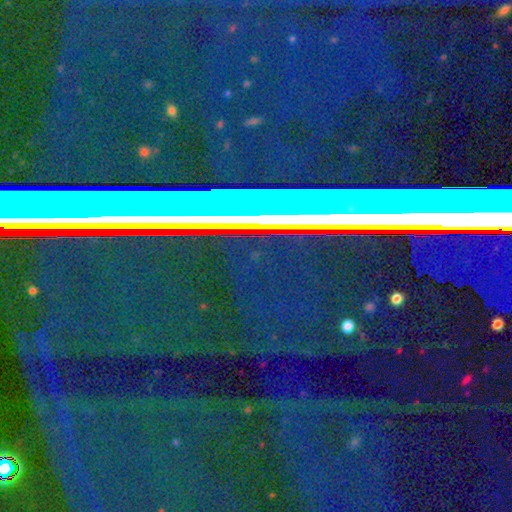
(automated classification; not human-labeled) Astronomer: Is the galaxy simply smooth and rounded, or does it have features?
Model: star or artifact — 75%.